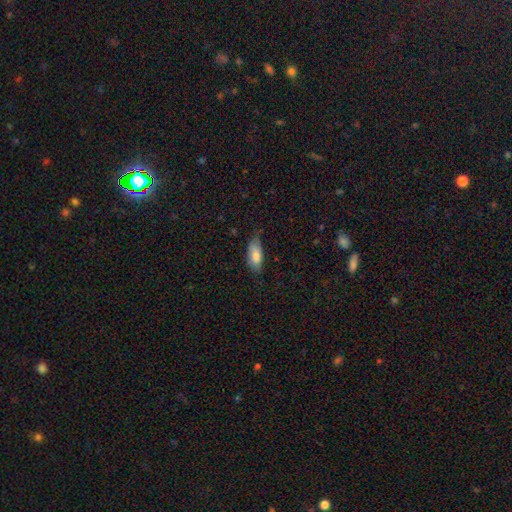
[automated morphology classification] smooth-or-featured: smooth: 82% | featured or disk: 11% | star or artifact: 6%
  how-rounded: in between: 83% | cigar-shaped: 14% | round: 2%
  merging: none: 59% | minor disturbance: 32% | major disturbance: 7% | merger: 2%